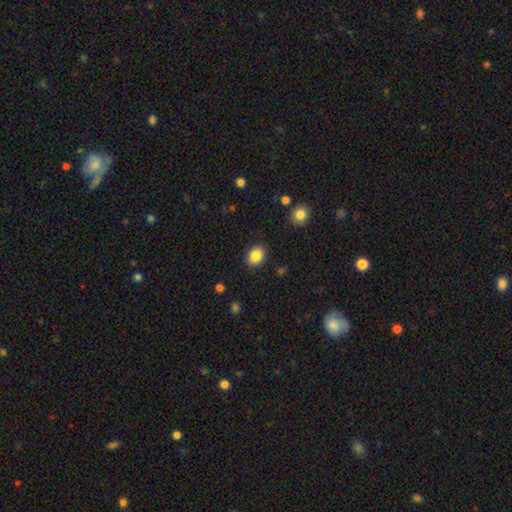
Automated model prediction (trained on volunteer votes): This is clearly a smooth galaxy (86%). How rounded: possibly in between (60%). Merging: clearly none (89%).